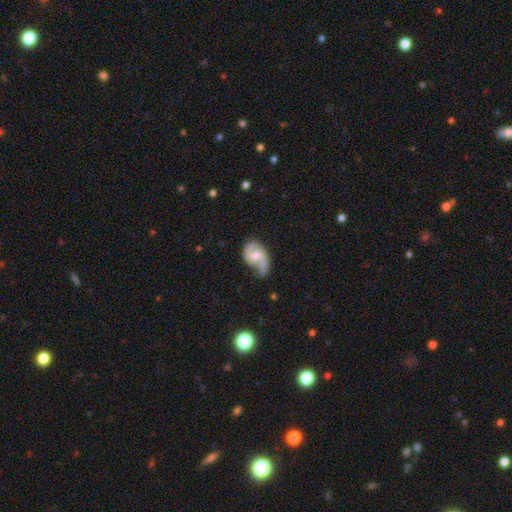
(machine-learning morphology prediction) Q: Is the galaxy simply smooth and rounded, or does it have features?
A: featured or disk — 81%.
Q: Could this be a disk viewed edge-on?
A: no — 98%.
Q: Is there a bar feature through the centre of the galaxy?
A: no — 49%.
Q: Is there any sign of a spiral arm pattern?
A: yes — 95%.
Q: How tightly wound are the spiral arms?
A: medium — 46%.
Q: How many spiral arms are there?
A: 2 — 82%.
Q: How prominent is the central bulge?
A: moderate — 49%.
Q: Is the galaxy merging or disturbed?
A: none — 51%.